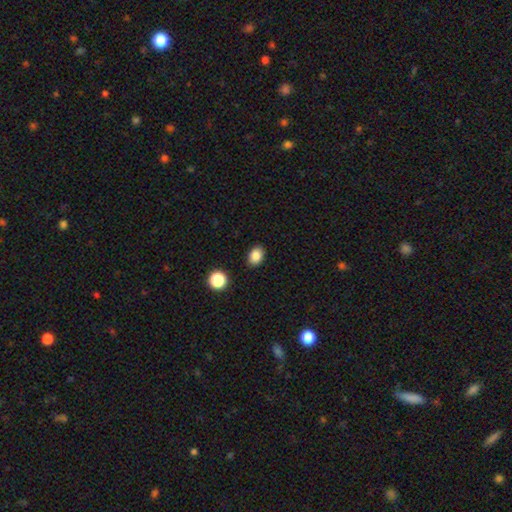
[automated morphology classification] A smooth galaxy with no disk features (85%) that is in between round and cigar-shaped (74%).

Vote fractions:
- Smooth or featured? smooth: 85% / star or artifact: 10% / featured or disk: 5%
- How rounded? in between: 74% / round: 25% / cigar-shaped: 1%
- Merging? none: 88% / minor disturbance: 8% / major disturbance: 2% / merger: 2%